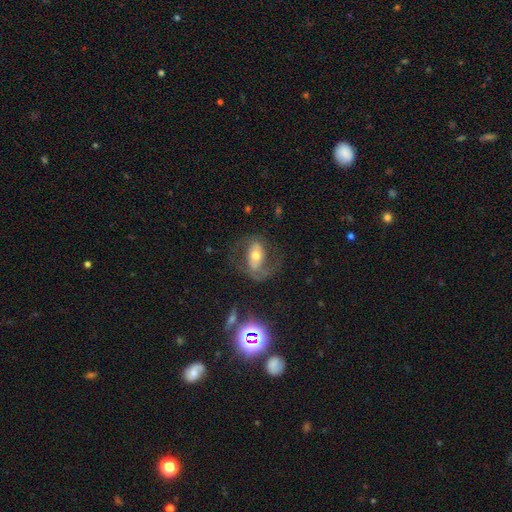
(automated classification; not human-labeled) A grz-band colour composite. It shows a featured or disk galaxy (65%) with a strong bar (36%), spiral arms (80%) and a moderate central bulge (61%). Merging: none (57%).